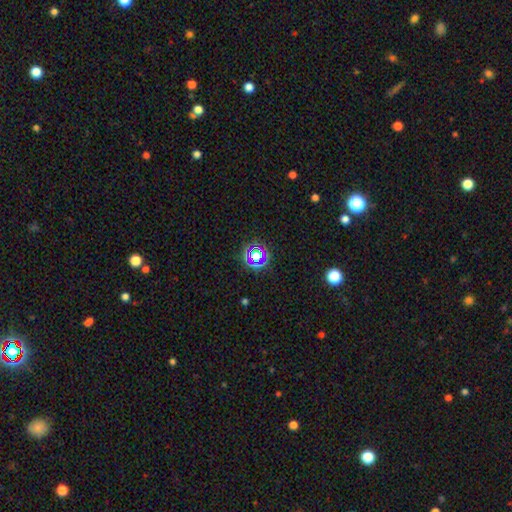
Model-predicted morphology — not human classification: Smooth or featured: star or artifact — 63% (smooth — 25%)